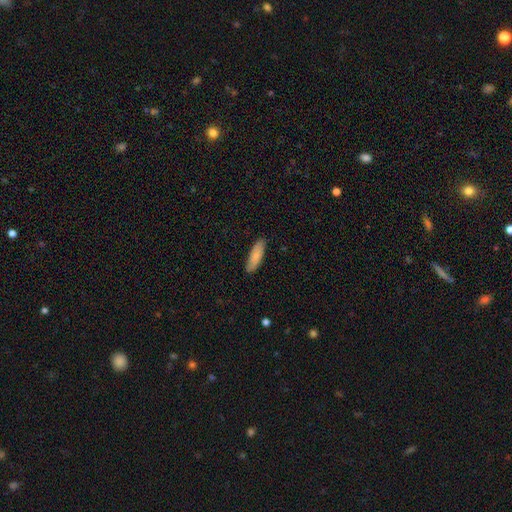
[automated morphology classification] Smooth or featured: smooth — 81% (featured or disk — 13%)
How rounded: cigar-shaped — 58% (in between — 40%)
Merging: none — 87% (minor disturbance — 11%)